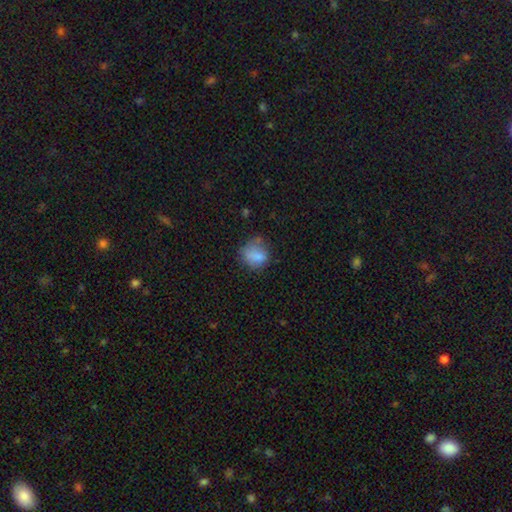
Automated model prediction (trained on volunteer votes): Q: Smooth or featured?
A: smooth (79%); runner-up: featured or disk (11%)
Q: How rounded?
A: round (67%); runner-up: in between (32%)
Q: Merging?
A: none (52%); runner-up: minor disturbance (30%)